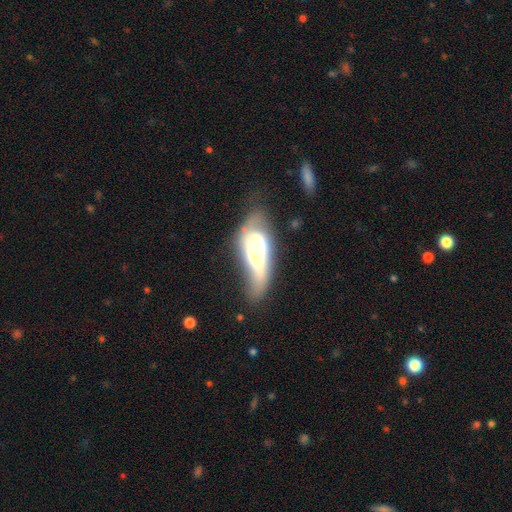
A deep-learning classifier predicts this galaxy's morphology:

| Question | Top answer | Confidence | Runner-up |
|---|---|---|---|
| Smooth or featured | smooth | 47% | featured or disk (45%) |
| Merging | merger | 49% | major disturbance (23%) |